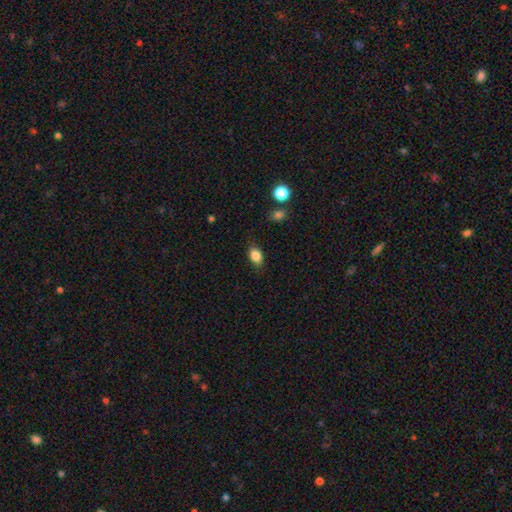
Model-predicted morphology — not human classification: Q: Smooth or featured?
A: smooth (85%); runner-up: star or artifact (9%)
Q: How rounded?
A: in between (82%); runner-up: round (16%)
Q: Merging?
A: none (81%); runner-up: minor disturbance (14%)